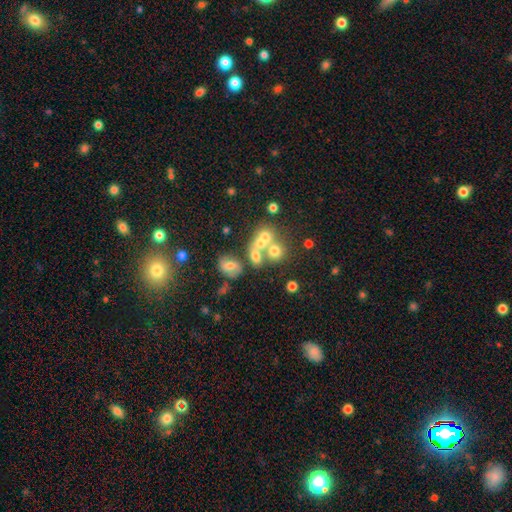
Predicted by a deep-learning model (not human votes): Smooth or featured? Predicted: smooth (p=0.55). How rounded? Predicted: round (p=0.59). Merging? Predicted: merger (p=0.49).